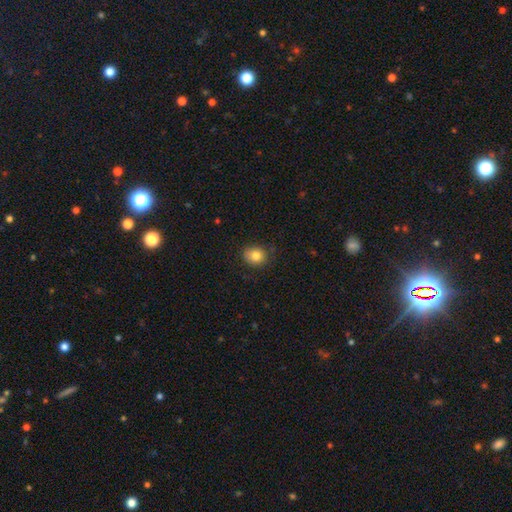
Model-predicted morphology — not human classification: This appears to be a smooth galaxy with no disk features (83%) that is round (65%). Merging: none (82%).